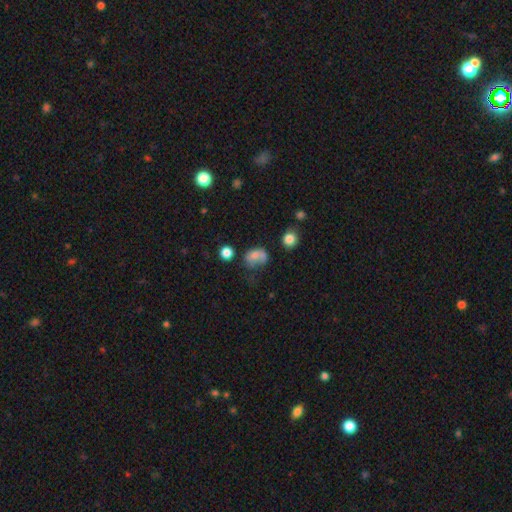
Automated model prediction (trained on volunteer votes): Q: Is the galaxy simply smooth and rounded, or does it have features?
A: smooth — 63%.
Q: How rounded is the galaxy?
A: in between — 62%.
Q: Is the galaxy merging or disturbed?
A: major disturbance — 35%.